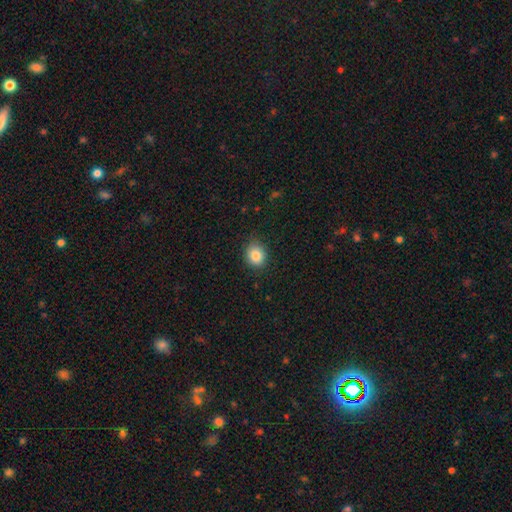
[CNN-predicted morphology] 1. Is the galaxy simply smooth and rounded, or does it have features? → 85% smooth, 10% star or artifact, 6% featured or disk.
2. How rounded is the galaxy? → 71% round, 28% in between, 1% cigar-shaped.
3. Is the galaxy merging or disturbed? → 83% none, 13% minor disturbance, 3% major disturbance, 1% merger.